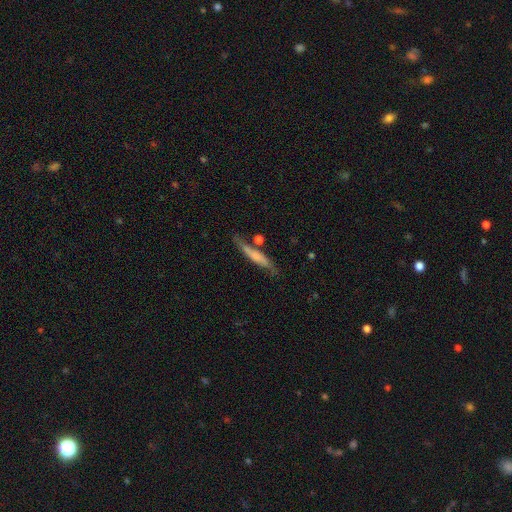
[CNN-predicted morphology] Smooth or featured: smooth — 52% (featured or disk — 42%)
How rounded: cigar-shaped — 88% (in between — 10%)
Merging: none — 60% (minor disturbance — 22%)